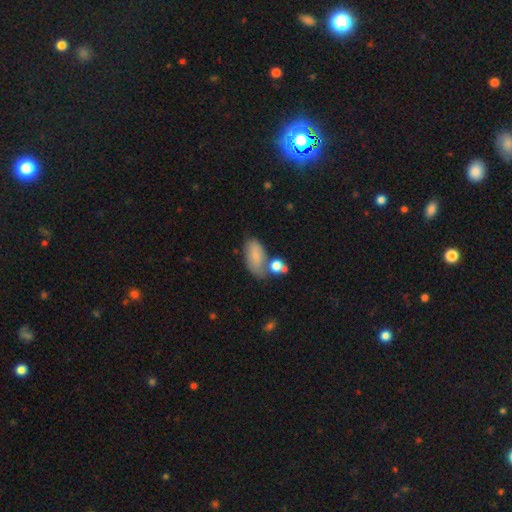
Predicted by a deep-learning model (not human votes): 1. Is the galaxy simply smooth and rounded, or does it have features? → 72% smooth, 19% featured or disk, 9% star or artifact.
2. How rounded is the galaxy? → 90% in between, 5% cigar-shaped, 5% round.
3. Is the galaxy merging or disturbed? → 51% none, 22% minor disturbance, 18% merger, 8% major disturbance.